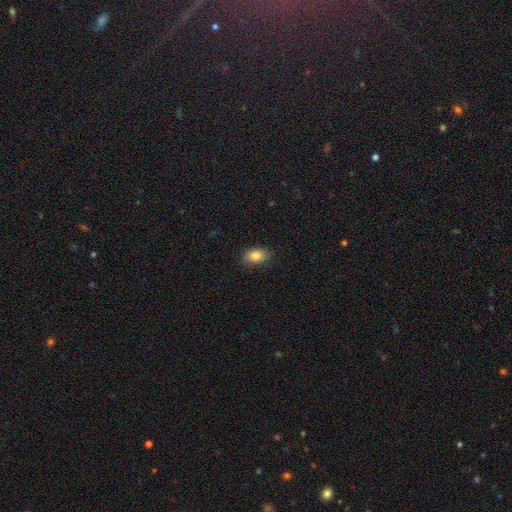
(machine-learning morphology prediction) The model was most divided on "merging": none: 77%, minor disturbance: 19%, major disturbance: 4%, merger: 1%. More confident: how rounded — in between (87%); smooth or featured — smooth (82%).